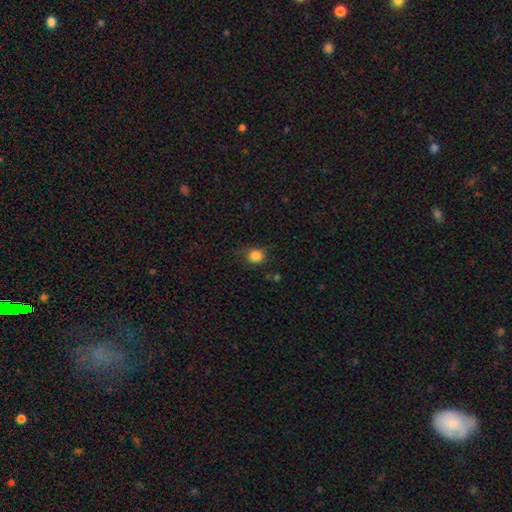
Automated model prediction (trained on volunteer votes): Q: Smooth or featured?
A: smooth (85%); runner-up: star or artifact (11%)
Q: How rounded?
A: round (81%); runner-up: in between (18%)
Q: Merging?
A: none (78%); runner-up: minor disturbance (16%)